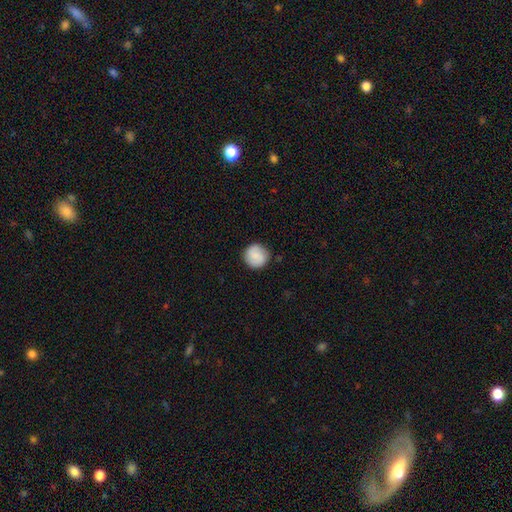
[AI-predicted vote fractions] Smooth or featured?
  - smooth: 75% *
  - featured or disk: 18%
  - star or artifact: 7%
How rounded?
  - round: 94% *
  - in between: 5%
  - cigar-shaped: 1%
Merging?
  - none: 87% *
  - minor disturbance: 10%
  - major disturbance: 2%
  - merger: 1%